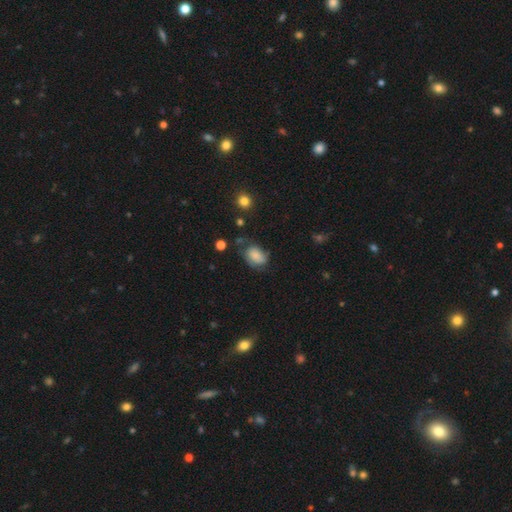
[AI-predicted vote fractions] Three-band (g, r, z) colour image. It shows a smooth galaxy with no disk features (76%) that is in between round and cigar-shaped (81%). Merging: none (51%).